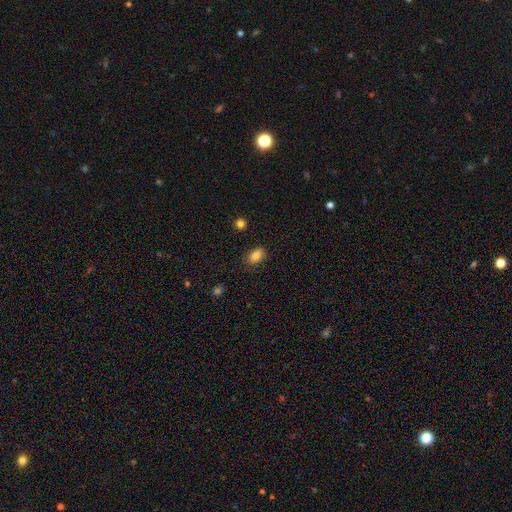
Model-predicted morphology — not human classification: The model was most divided on "how rounded": in between: 84%, round: 14%, cigar-shaped: 2%. More confident: merging — none (85%); smooth or featured — smooth (84%).